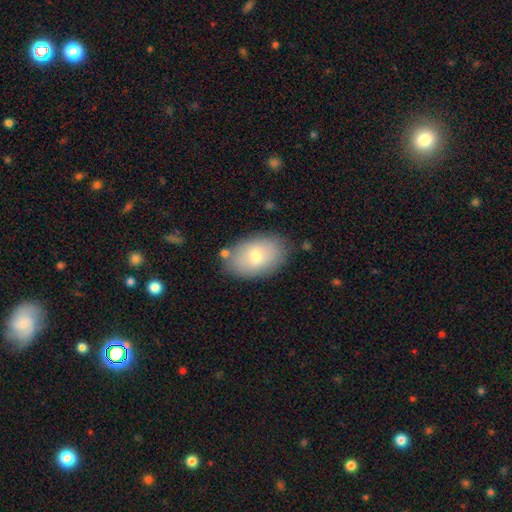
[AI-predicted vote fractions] Smooth or featured: smooth — 72% (featured or disk — 21%)
How rounded: in between — 90% (round — 8%)
Merging: none — 80% (minor disturbance — 13%)